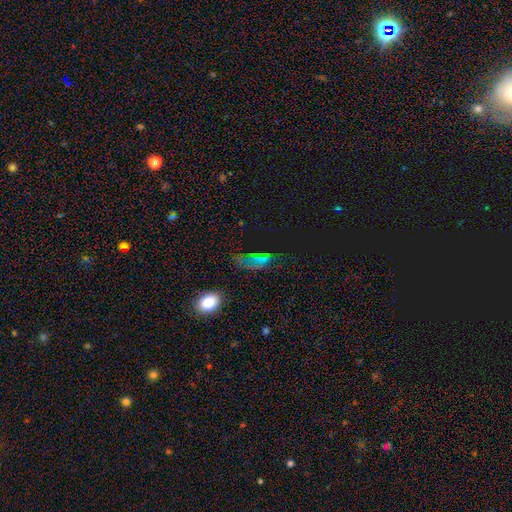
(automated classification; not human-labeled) Smooth or featured: star or artifact — 38% (smooth — 35%)